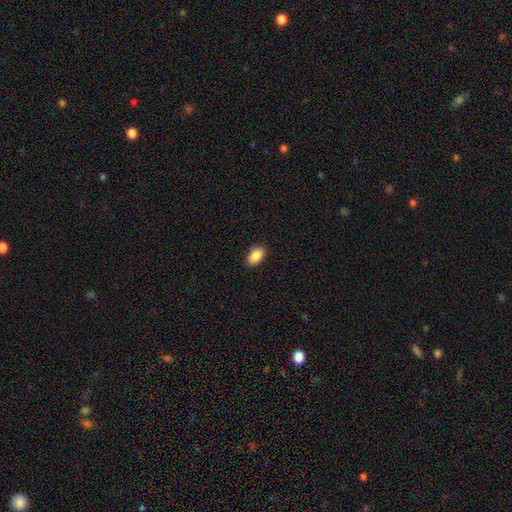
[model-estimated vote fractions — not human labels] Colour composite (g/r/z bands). It shows a smooth galaxy with no disk features (88%) that is in between round and cigar-shaped (92%). Merging: none (87%).